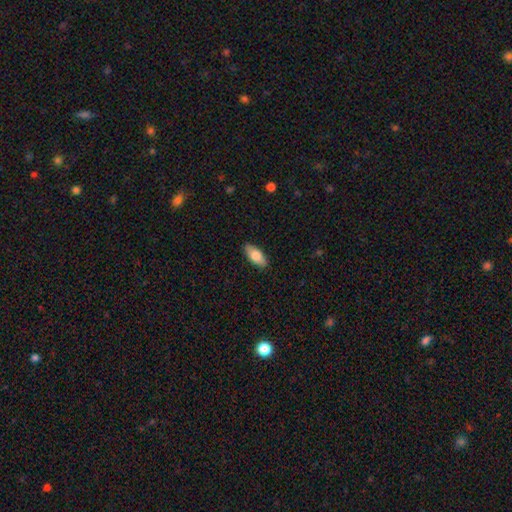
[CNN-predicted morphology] Overall: smooth (78%). How rounded: in between (84%). Merging: none (88%).